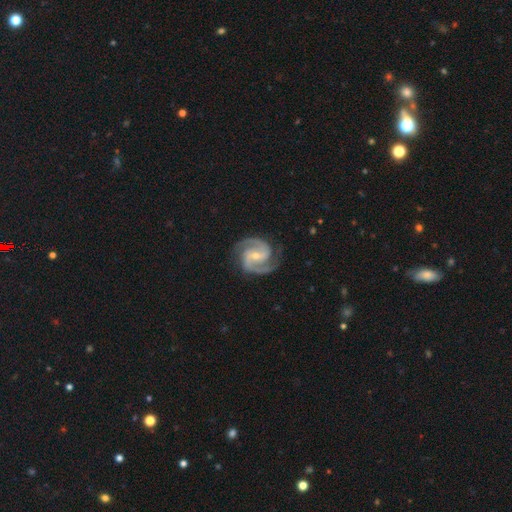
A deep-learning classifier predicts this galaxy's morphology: Q: Smooth or featured?
A: featured or disk (94%); runner-up: star or artifact (4%)
Q: Edge-on disk?
A: no (98%); runner-up: yes (2%)
Q: Bar?
A: weak (43%); runner-up: no (35%)
Q: Spiral arms?
A: yes (99%); runner-up: no (1%)
Q: Spiral winding?
A: medium (56%); runner-up: tight (37%)
Q: Spiral arm count?
A: 2 (87%); runner-up: 3 (7%)
Q: Bulge size?
A: small (56%); runner-up: moderate (41%)
Q: Merging?
A: none (82%); runner-up: minor disturbance (13%)